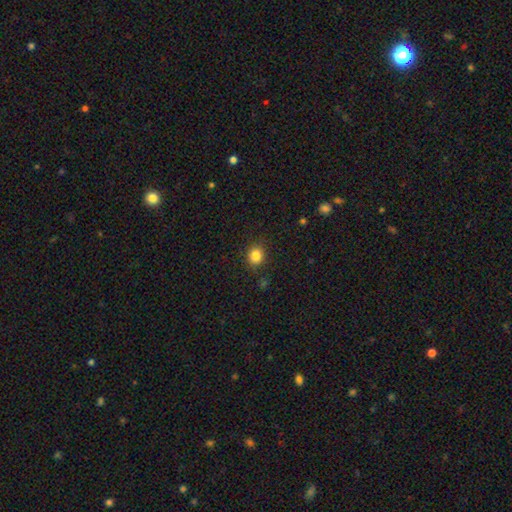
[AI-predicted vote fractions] A smooth galaxy with no disk features (85%) that is round (75%). Merging: none (88%).